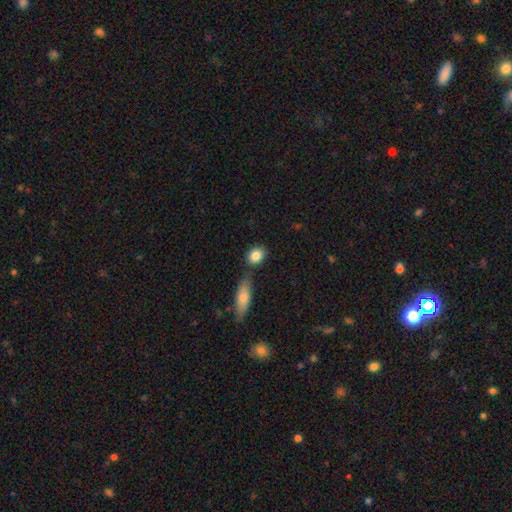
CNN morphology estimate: Smooth or featured? smooth (86%)
How rounded? in between (53%)
Merging? none (70%)